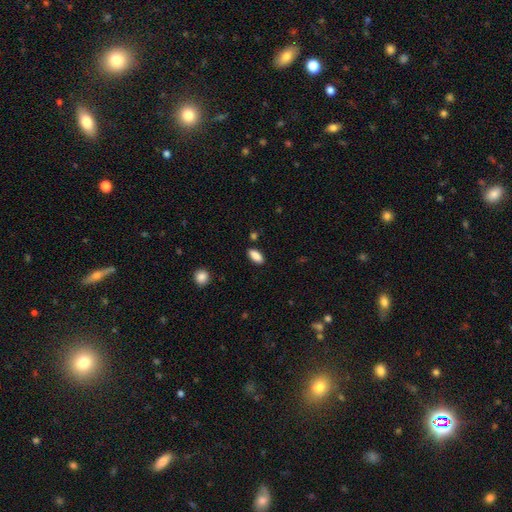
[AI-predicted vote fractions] Overall: smooth (88%). How rounded: in between (84%). Merging: none (86%).